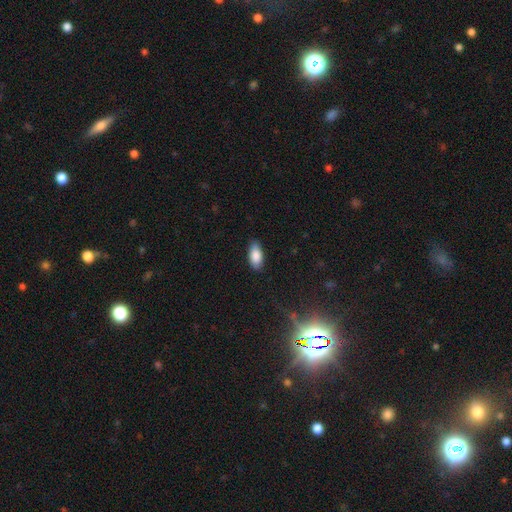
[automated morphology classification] smooth-or-featured: smooth: 87% | star or artifact: 7% | featured or disk: 6%
  how-rounded: in between: 90% | cigar-shaped: 7% | round: 3%
  merging: none: 84% | minor disturbance: 12% | major disturbance: 2% | merger: 1%